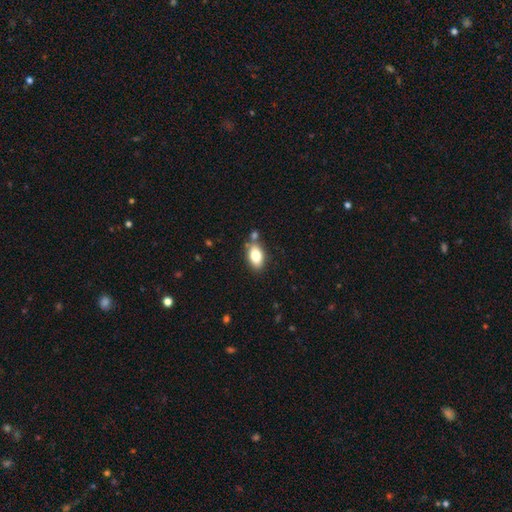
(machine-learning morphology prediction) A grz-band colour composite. It shows a smooth galaxy with no disk features (78%) that is in between round and cigar-shaped (89%). Merging: none (72%).